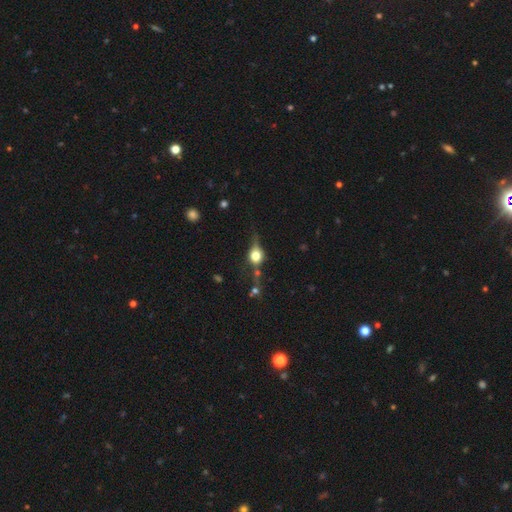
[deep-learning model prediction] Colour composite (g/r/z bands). It shows a smooth galaxy with no disk features (51%) that is round (65%). Merging: none (50%).